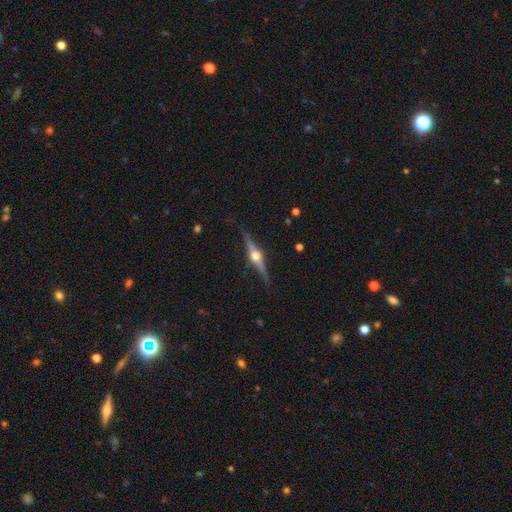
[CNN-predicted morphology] type=featured or disk (83%); edge-on=yes (98%); edge-on bulge=rounded (96%); merging=none (87%).